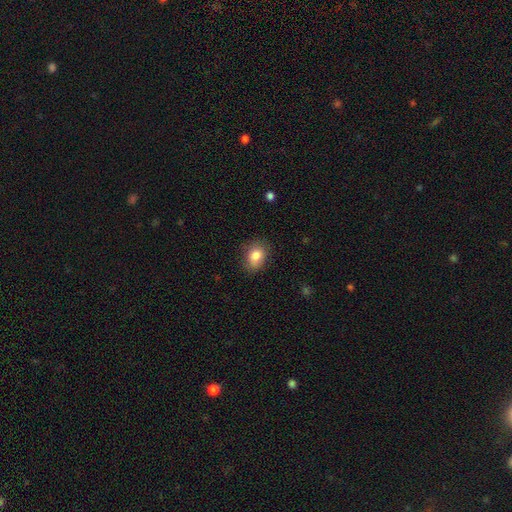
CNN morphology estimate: This is clearly a smooth galaxy (83%). How rounded: likely in between (68%). Merging: likely none (78%).